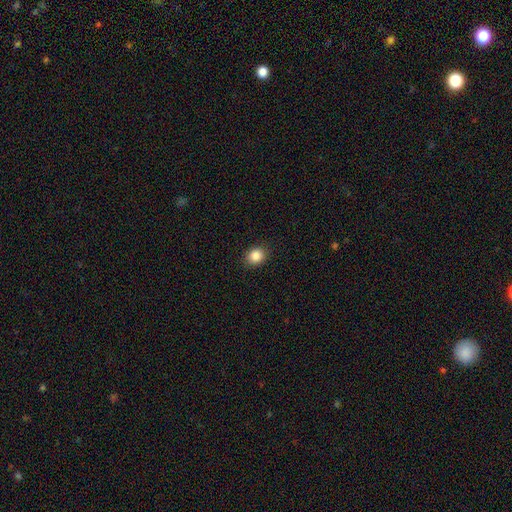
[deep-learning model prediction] Smooth or featured? Predicted: smooth (p=0.86). How rounded? Predicted: round (p=0.58). Merging? Predicted: none (p=0.89).